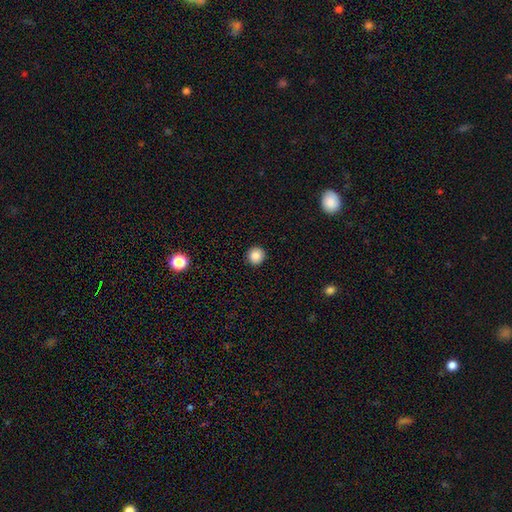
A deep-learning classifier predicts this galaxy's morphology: This appears to be a smooth galaxy with no disk features (86%) that is round (95%). Merging: none (93%).